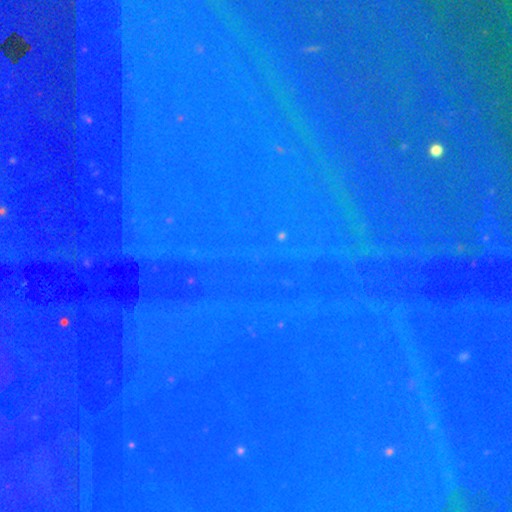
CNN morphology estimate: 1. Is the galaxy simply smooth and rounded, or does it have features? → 85% star or artifact, 8% smooth, 7% featured or disk.